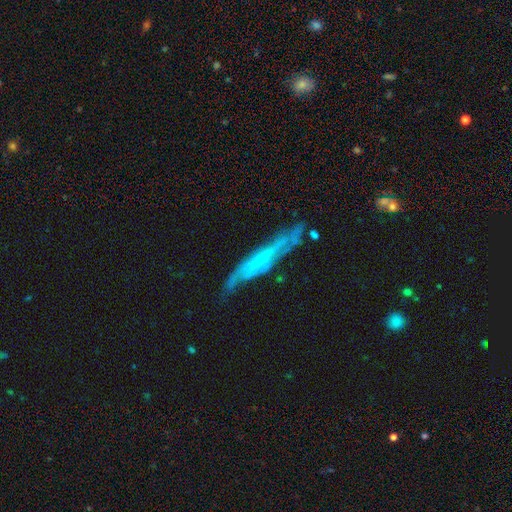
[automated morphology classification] Overall: featured or disk (61%; smooth 30%). Edge-on disk: yes (66%; no 34%). Merging: none (63%; minor disturbance 25%).